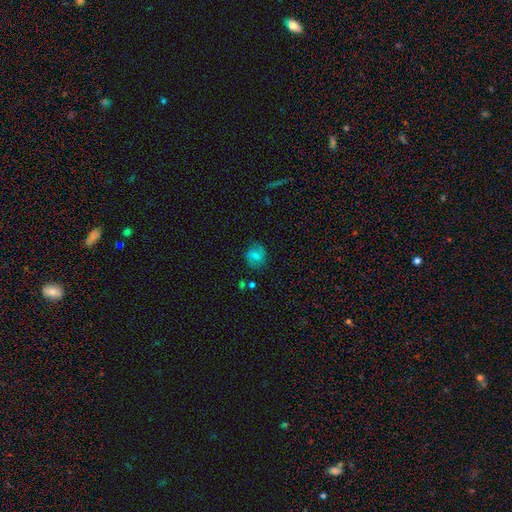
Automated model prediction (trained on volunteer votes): This is possibly a smooth galaxy (55%). How rounded: likely round (71%). Merging: likely none (76%).